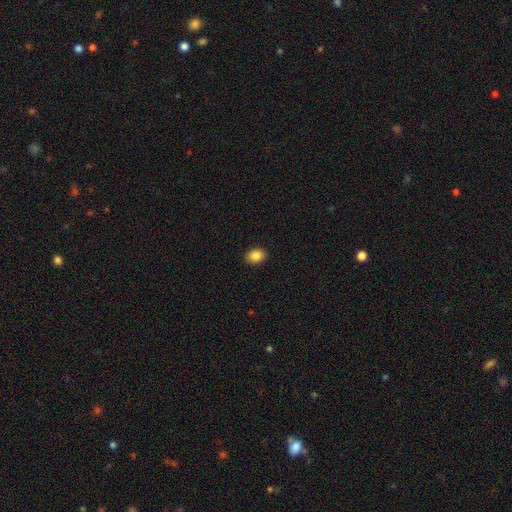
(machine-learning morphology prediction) This appears to be a smooth galaxy with no disk features (86%) that is in between round and cigar-shaped (67%). Merging: none (91%).